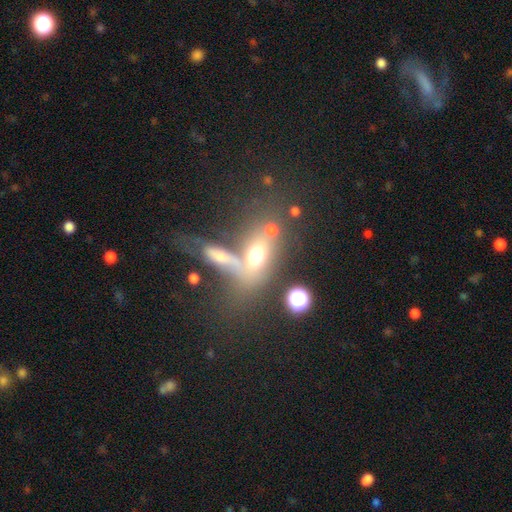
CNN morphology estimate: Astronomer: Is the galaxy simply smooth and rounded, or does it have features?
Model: smooth — 58%.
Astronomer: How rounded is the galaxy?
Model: in between — 70%.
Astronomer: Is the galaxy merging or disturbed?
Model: merger — 39% (runner-up: none, 34%).